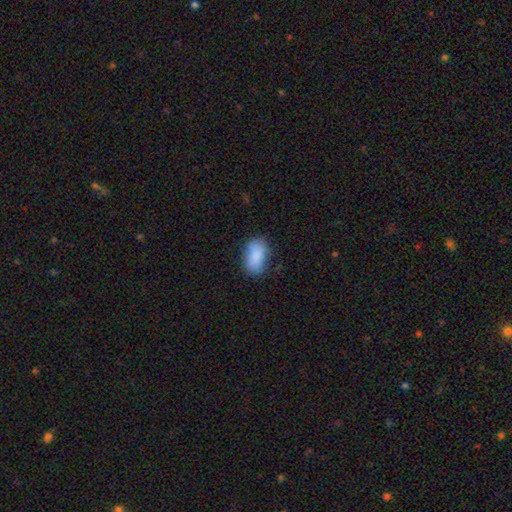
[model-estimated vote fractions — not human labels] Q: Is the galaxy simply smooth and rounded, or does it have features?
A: smooth — 86%.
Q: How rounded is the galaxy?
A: in between — 91%.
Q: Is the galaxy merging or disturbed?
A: none — 72%.